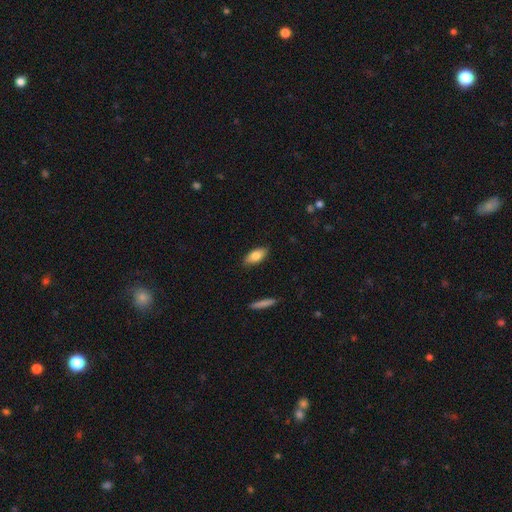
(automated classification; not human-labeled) Smooth or featured?
  - smooth: 79% *
  - featured or disk: 14%
  - star or artifact: 7%
How rounded?
  - in between: 85% *
  - cigar-shaped: 12%
  - round: 3%
Merging?
  - none: 88% *
  - minor disturbance: 9%
  - major disturbance: 2%
  - merger: 1%